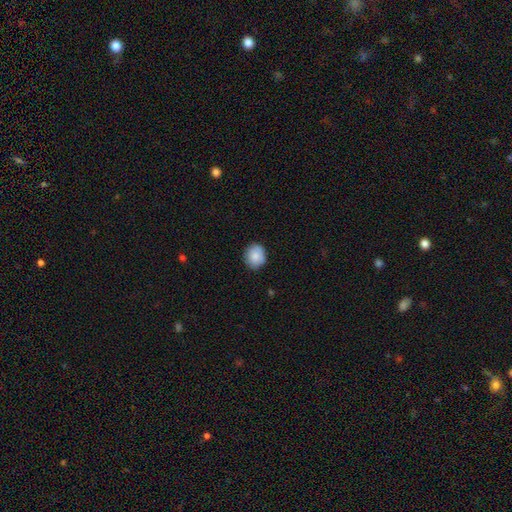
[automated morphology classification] Smooth or featured?
  - smooth: 85% *
  - star or artifact: 7%
  - featured or disk: 7%
How rounded?
  - round: 74% *
  - in between: 26%
  - cigar-shaped: 1%
Merging?
  - none: 84% *
  - minor disturbance: 12%
  - major disturbance: 2%
  - merger: 1%